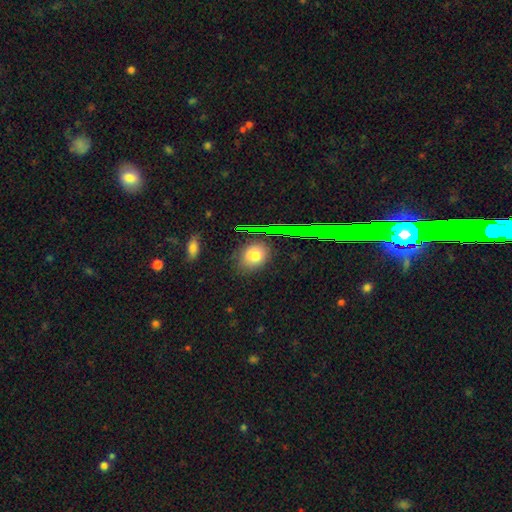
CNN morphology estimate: A smooth galaxy with no disk features (75%) that is in between round and cigar-shaped (51%). Merging: none (80%).